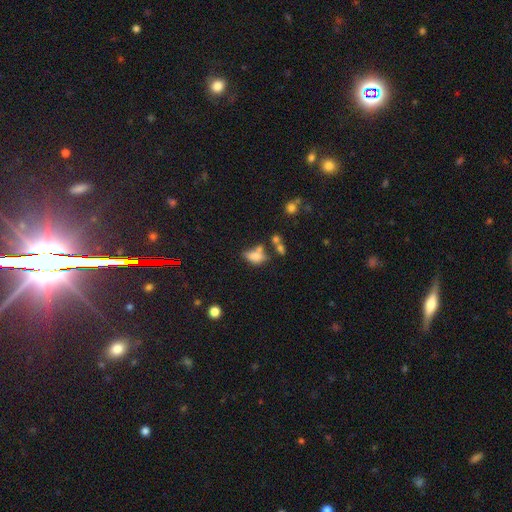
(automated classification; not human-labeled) Overall: smooth (66%). How rounded: in between (83%). Merging: none (39%; merger 24%).